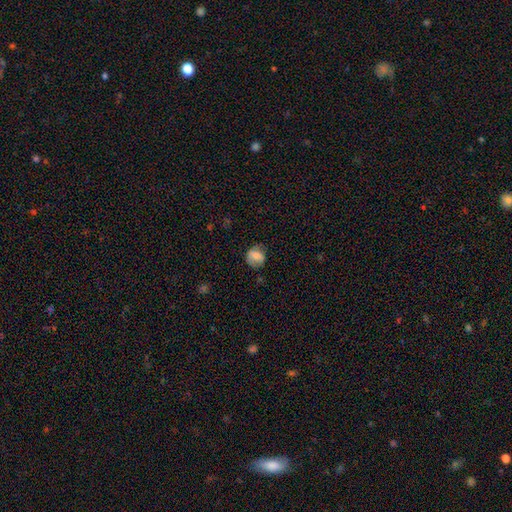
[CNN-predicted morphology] Smooth or featured? smooth (71%)
How rounded? round (72%)
Merging? none (65%)